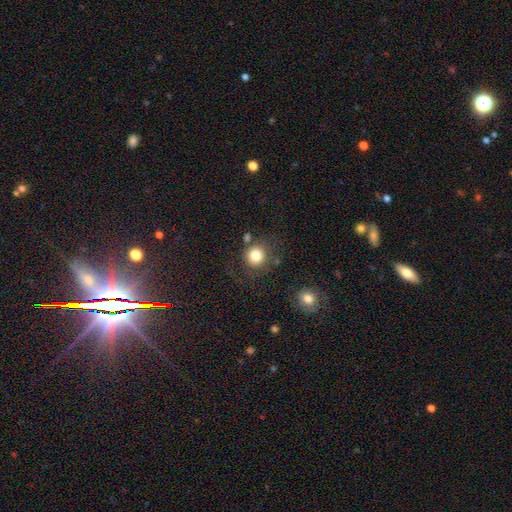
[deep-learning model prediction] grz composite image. It shows a smooth galaxy with no disk features (82%) that is round (91%). Merging: none (75%).